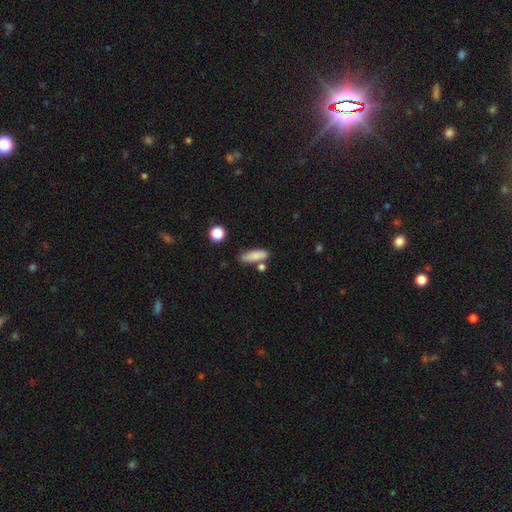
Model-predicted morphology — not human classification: smooth 82%, featured or disk 10%, star or artifact 8%. Down the decision tree: how rounded — in between (56%); merging — none (66%).